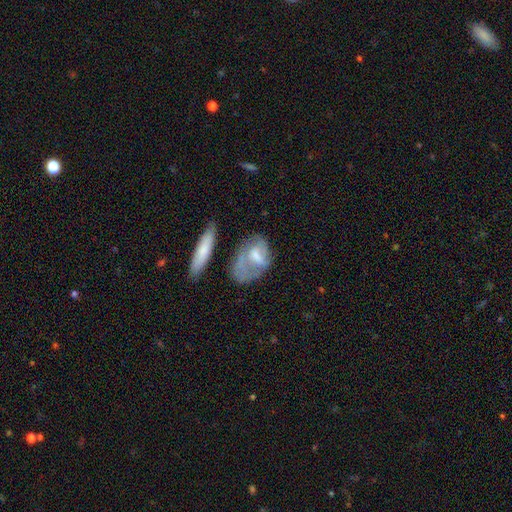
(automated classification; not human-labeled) This appears to be a featured or disk galaxy (48%). Merging: none (38%).